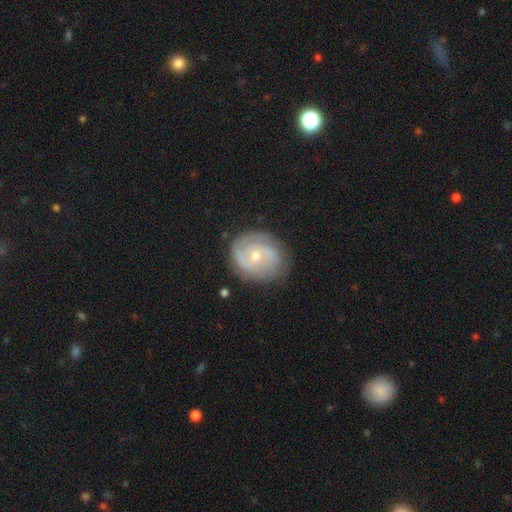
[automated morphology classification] Smooth or featured: featured or disk — 75% (smooth — 18%)
Edge-on disk: no — 97% (yes — 3%)
Bar: no — 65% (weak — 29%)
Spiral arms: yes — 89% (no — 11%)
Spiral winding: tight — 52% (medium — 36%)
Spiral arm count: 2 — 57% (can't tell — 22%)
Bulge size: moderate — 49% (small — 48%)
Merging: none — 77% (minor disturbance — 16%)